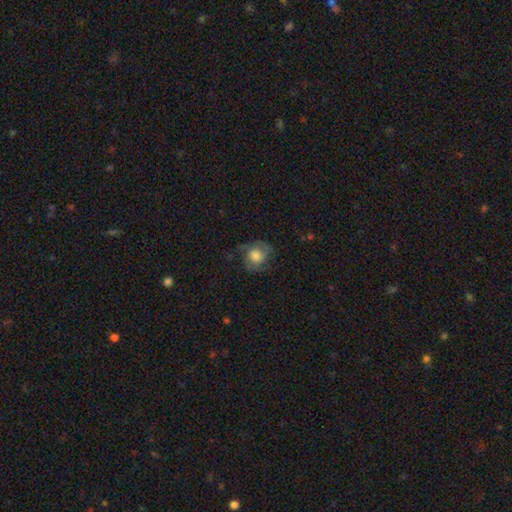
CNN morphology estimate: Smooth or featured? Predicted: smooth (p=0.50). How rounded? Predicted: round (p=0.72). Merging? Predicted: none (p=0.61).